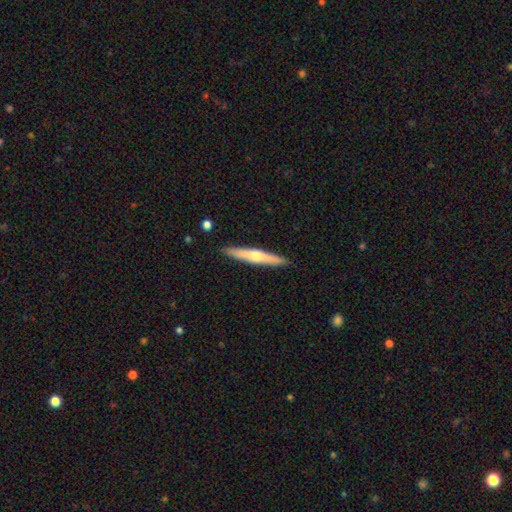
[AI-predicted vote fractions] Smooth or featured?
  - featured or disk: 54% *
  - smooth: 41%
  - star or artifact: 5%
Edge-on disk?
  - yes: 96% *
  - no: 4%
Edge-on bulge?
  - rounded: 82% *
  - none: 14%
  - boxy: 4%
Merging?
  - none: 91% *
  - minor disturbance: 6%
  - major disturbance: 1%
  - merger: 1%